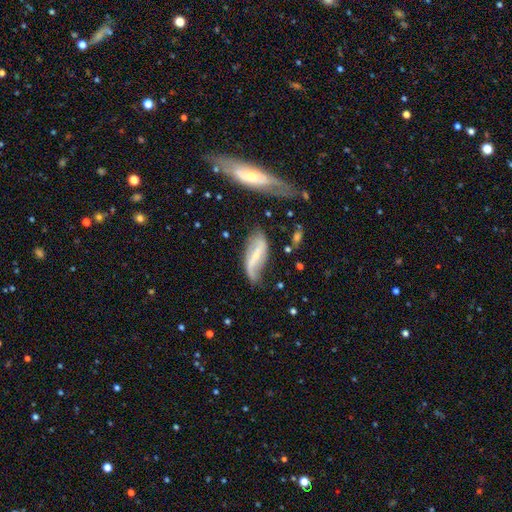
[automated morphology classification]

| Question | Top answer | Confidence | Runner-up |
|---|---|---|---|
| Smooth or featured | featured or disk | 73% | smooth (20%) |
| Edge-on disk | no | 88% | yes (12%) |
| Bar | strong | 46% | weak (34%) |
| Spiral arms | yes | 87% | no (13%) |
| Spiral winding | loose | 70% | medium (21%) |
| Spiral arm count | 2 | 80% | can't tell (8%) |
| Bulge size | small | 63% | moderate (18%) |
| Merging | none | 52% | minor disturbance (27%) |